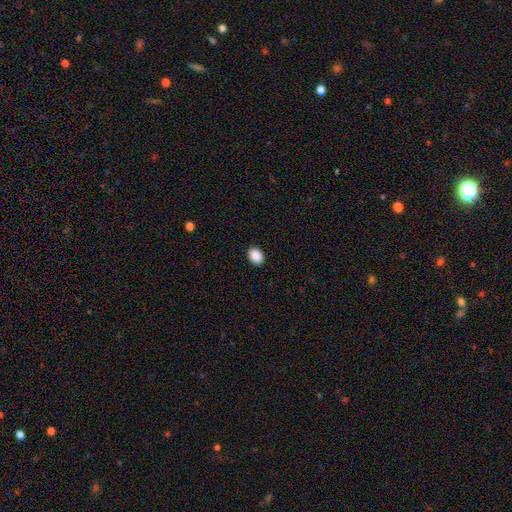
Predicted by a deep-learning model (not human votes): Smooth or featured? smooth (90%)
How rounded? in between (77%)
Merging? none (91%)